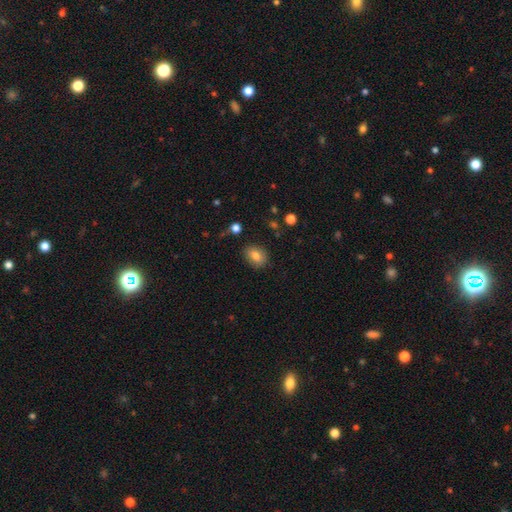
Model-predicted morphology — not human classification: Smooth or featured: smooth — 81% (featured or disk — 10%)
How rounded: in between — 57% (round — 41%)
Merging: none — 84% (minor disturbance — 12%)